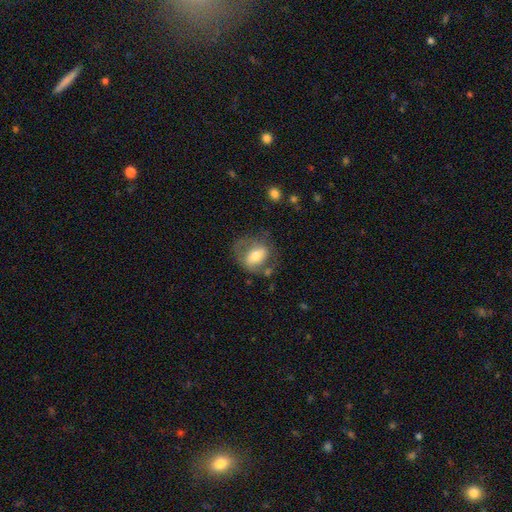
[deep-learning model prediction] A smooth galaxy with no disk features (51%) that is in between round and cigar-shaped (65%). Merging: none (47%).